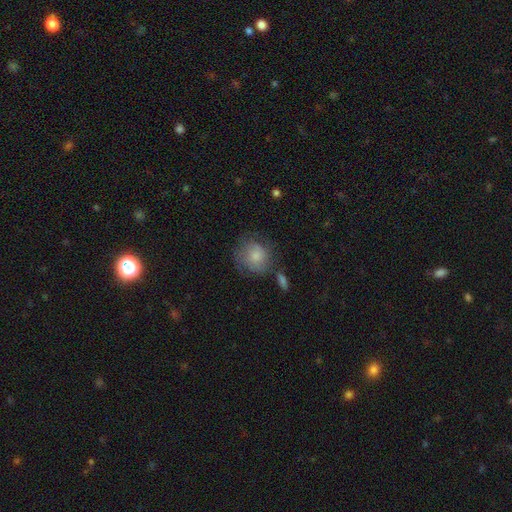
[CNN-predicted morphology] A smooth galaxy with no disk features (75%) that is round (83%). Merging: none (60%).